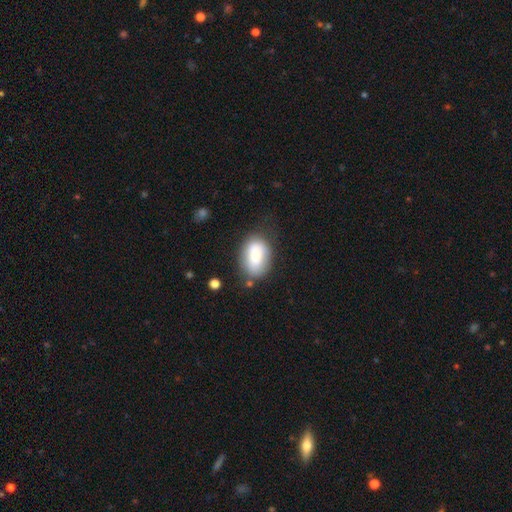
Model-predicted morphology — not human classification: This appears to be a smooth galaxy with no disk features (77%) that is in between round and cigar-shaped (84%). Merging: none (66%).